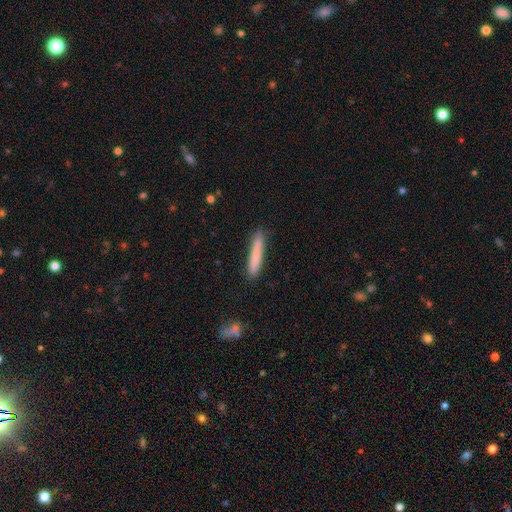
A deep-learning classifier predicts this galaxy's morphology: A smooth galaxy with no disk features (81%) that is cigar-shaped (95%). Merging: none (87%).